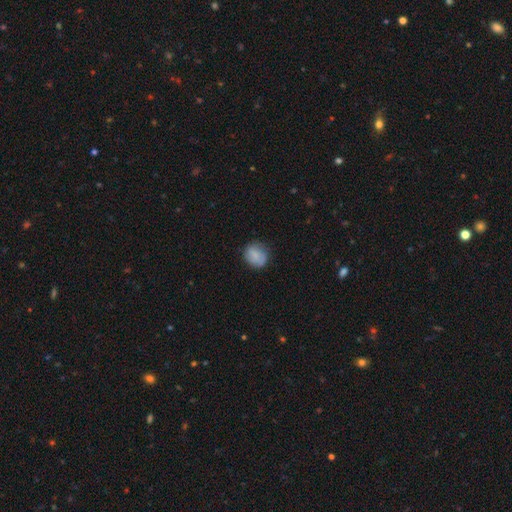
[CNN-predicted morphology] A smooth galaxy with no disk features (77%) that is round (74%).

Vote fractions:
- Smooth or featured? smooth: 77% / featured or disk: 15% / star or artifact: 8%
- How rounded? round: 74% / in between: 25% / cigar-shaped: 1%
- Merging? none: 74% / minor disturbance: 20% / major disturbance: 5% / merger: 1%